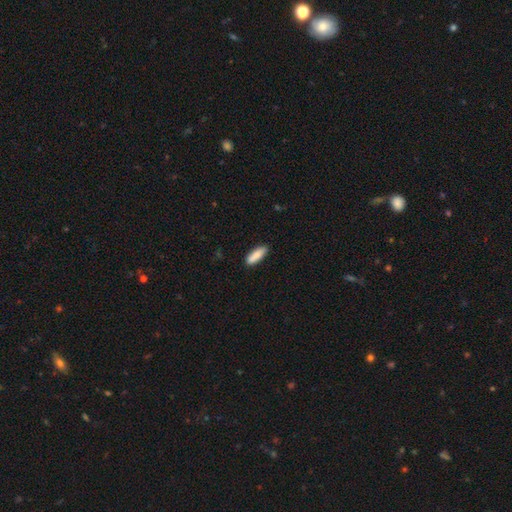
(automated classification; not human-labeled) The model was most divided on "how rounded": in between: 53%, cigar-shaped: 45%, round: 2%. More confident: smooth or featured — smooth (88%); merging — none (87%).